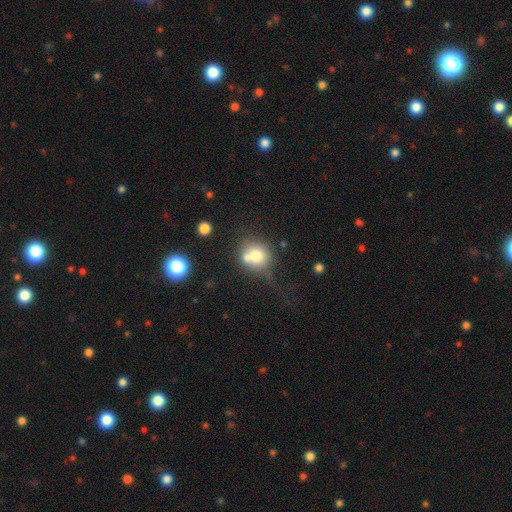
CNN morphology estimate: This appears to be a smooth galaxy with no disk features (69%) that is round (84%). Merging: merger (42%).